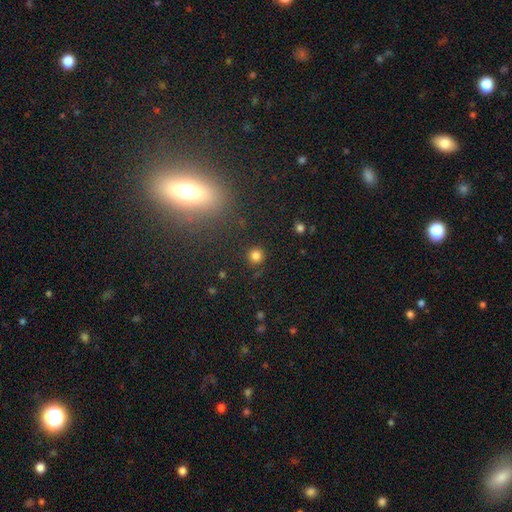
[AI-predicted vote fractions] smooth-or-featured: smooth: 82% | star or artifact: 14% | featured or disk: 4%
  how-rounded: round: 93% | in between: 6% | cigar-shaped: 1%
  merging: none: 88% | minor disturbance: 7% | major disturbance: 3% | merger: 2%